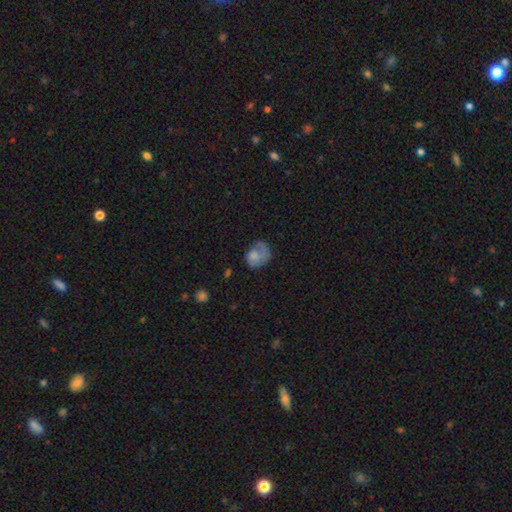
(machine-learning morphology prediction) The model was most divided on "how rounded": in between: 50%, round: 49%, cigar-shaped: 1%. Remaining: smooth or featured — smooth (63%); merging — major disturbance (36%).